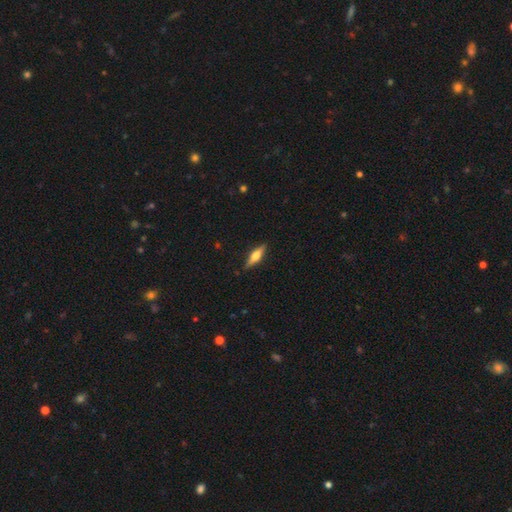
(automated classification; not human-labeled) A featured or disk galaxy (59%) viewed edge-on (96%) with a rounded central bulge (90%). Merging: none (87%).